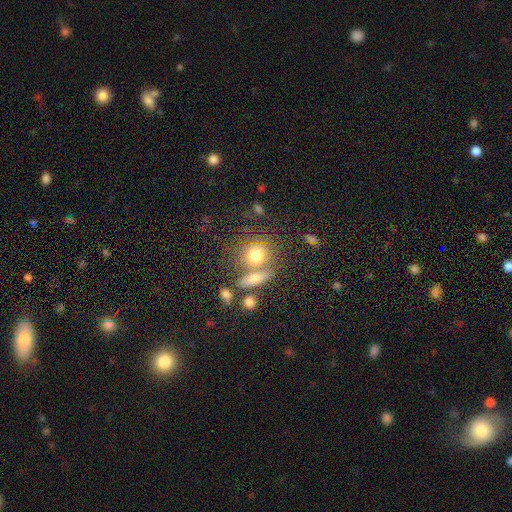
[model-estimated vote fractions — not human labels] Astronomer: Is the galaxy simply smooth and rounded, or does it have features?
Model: smooth — 69%.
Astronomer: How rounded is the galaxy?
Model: round — 70%.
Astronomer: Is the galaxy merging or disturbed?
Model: none — 49% (runner-up: merger, 35%).